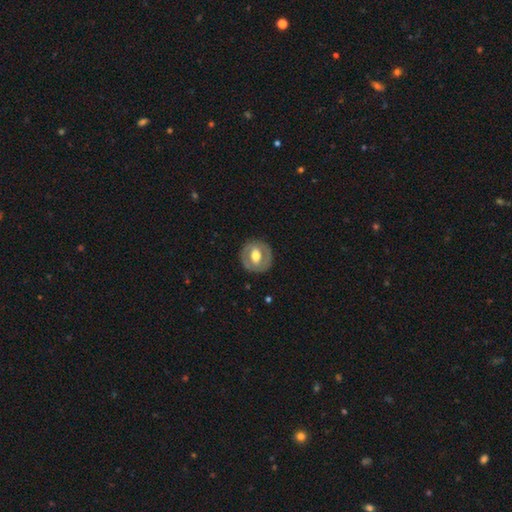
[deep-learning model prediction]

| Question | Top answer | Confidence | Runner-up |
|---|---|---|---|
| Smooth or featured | featured or disk | 54% | smooth (41%) |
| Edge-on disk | no | 94% | yes (6%) |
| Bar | no | 44% | weak (36%) |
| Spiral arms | no | 76% | yes (24%) |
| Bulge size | moderate | 64% | large (28%) |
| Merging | none | 84% | minor disturbance (11%) |